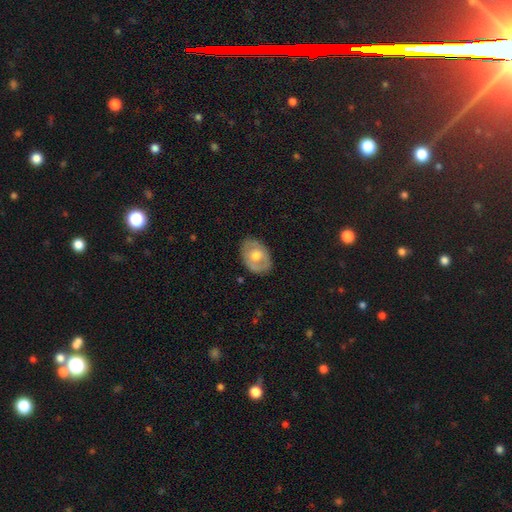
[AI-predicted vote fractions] Smooth or featured: smooth — 49% (featured or disk — 45%)
Merging: none — 80% (minor disturbance — 15%)